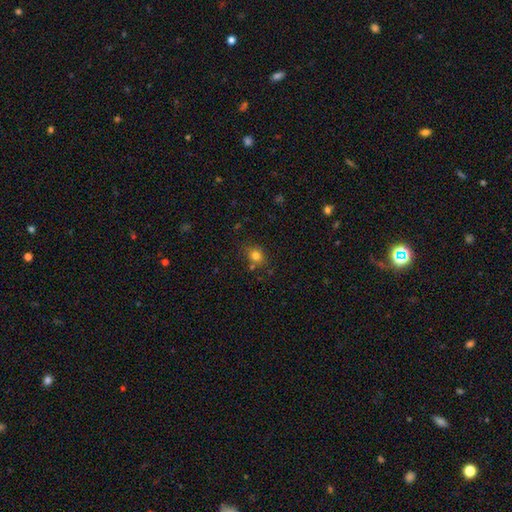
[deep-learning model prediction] Q: Smooth or featured?
A: smooth (79%); runner-up: star or artifact (13%)
Q: How rounded?
A: round (65%); runner-up: in between (34%)
Q: Merging?
A: none (73%); runner-up: minor disturbance (15%)